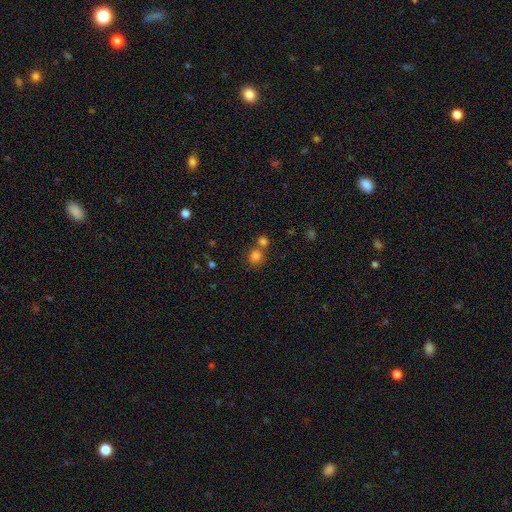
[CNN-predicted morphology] This is likely a smooth galaxy (80%). How rounded: clearly round (86%). Merging: possibly none (56%).